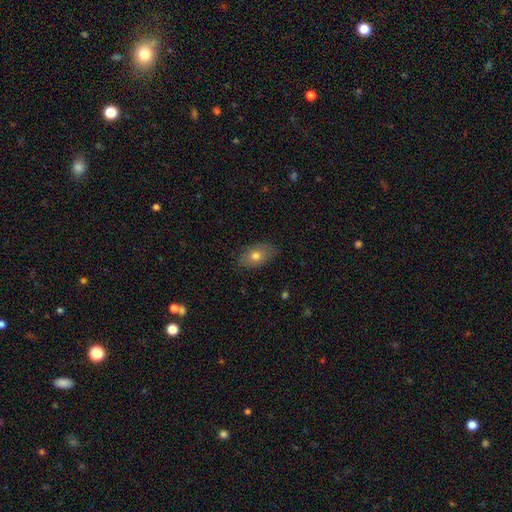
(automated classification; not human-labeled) smooth_or_featured: smooth (p=0.73) [alt: featured or disk p=0.19]
how_rounded: in between (p=0.89) [alt: round p=0.09]
merging: none (p=0.84) [alt: minor disturbance p=0.12]